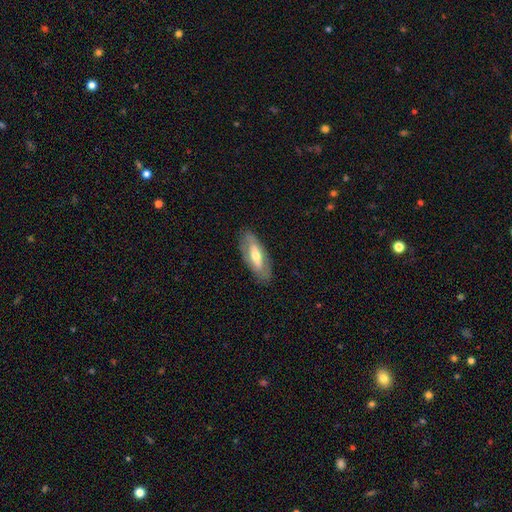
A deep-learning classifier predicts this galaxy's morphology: smooth-or-featured: featured or disk: 54% | smooth: 40% | star or artifact: 6%
  disk-edge-on: no: 69% | yes: 31%
  merging: none: 83% | minor disturbance: 12% | major disturbance: 4% | merger: 1%